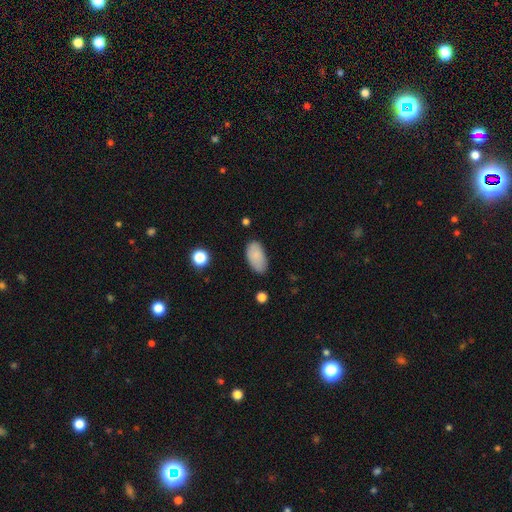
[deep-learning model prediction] Smooth or featured?
  - smooth: 85% *
  - featured or disk: 8%
  - star or artifact: 7%
How rounded?
  - in between: 95% *
  - round: 3%
  - cigar-shaped: 2%
Merging?
  - none: 76% *
  - minor disturbance: 19%
  - major disturbance: 4%
  - merger: 2%